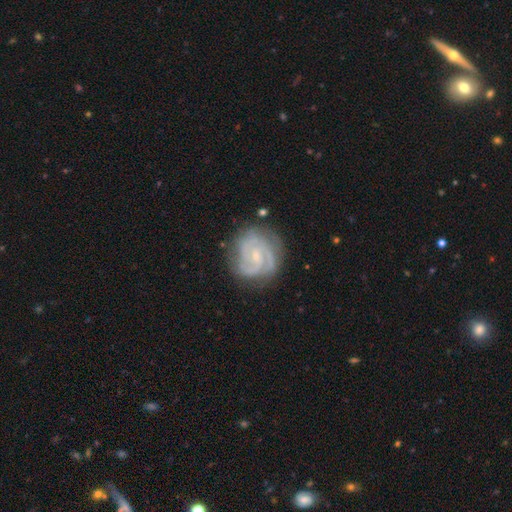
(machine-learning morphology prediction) Smooth or featured? featured or disk (86%)
Edge-on disk? no (98%)
Bar? no (53%)
Spiral arms? yes (97%)
Spiral winding? tight (56%)
Spiral arm count? 2 (42%)
Bulge size? small (76%)
Merging? none (74%)